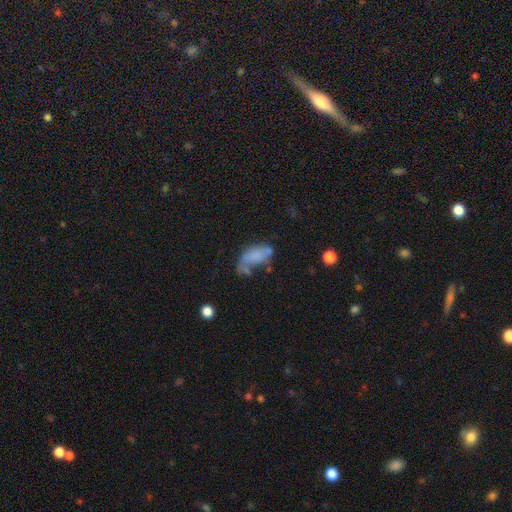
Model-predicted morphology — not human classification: The model was most divided on "merging": major disturbance: 31%, none: 27%, minor disturbance: 24%, merger: 18%. More confident: how rounded — in between (89%); smooth or featured — smooth (61%).